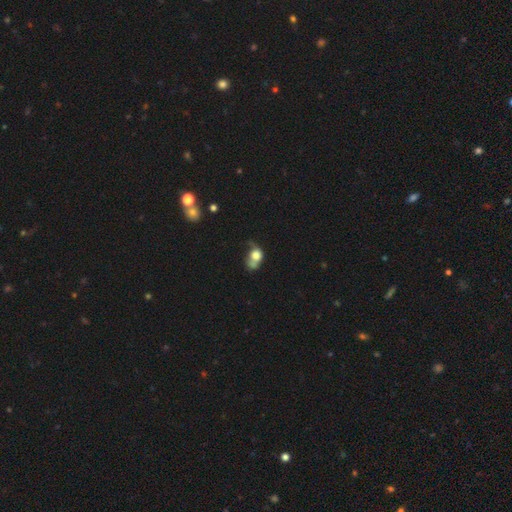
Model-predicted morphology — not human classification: Overall: smooth (67%). How rounded: round (50%; in between 48%). Merging: major disturbance (33%; none 23%).